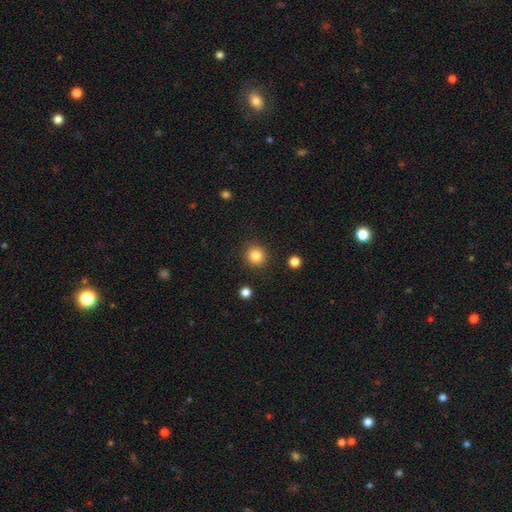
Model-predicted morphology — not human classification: type=smooth (84%); roundness=round (91%); merging=none (90%).